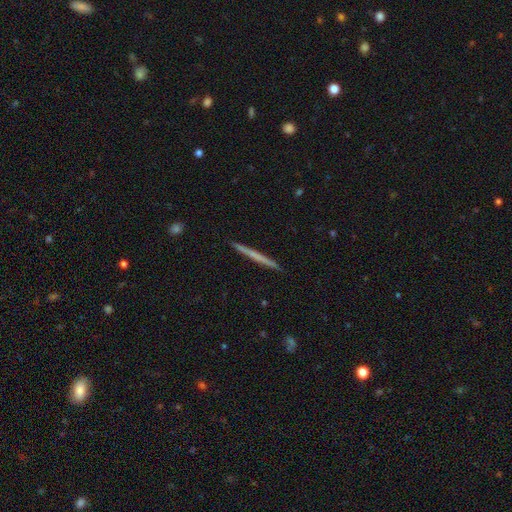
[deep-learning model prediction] A smooth galaxy with no disk features (48%). Merging: none (93%).